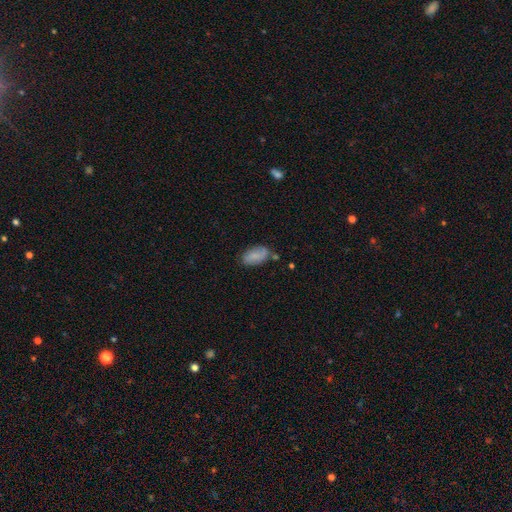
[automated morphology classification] A smooth galaxy with no disk features (65%) that is in between round and cigar-shaped (92%).

Vote fractions:
- Smooth or featured? smooth: 65% / featured or disk: 27% / star or artifact: 8%
- How rounded? in between: 92% / round: 4% / cigar-shaped: 4%
- Merging? none: 66% / minor disturbance: 22% / merger: 6% / major disturbance: 5%